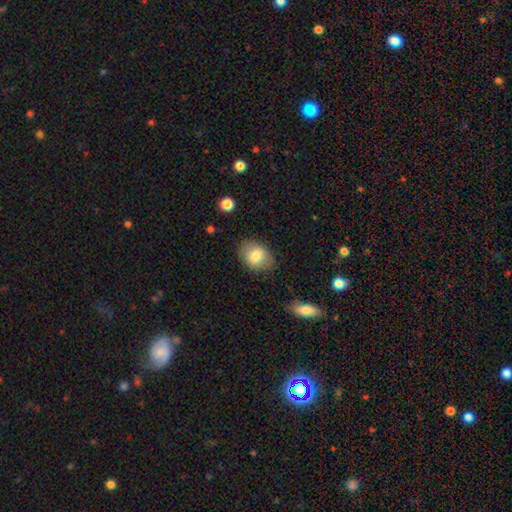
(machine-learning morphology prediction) The model was most divided on "how rounded": in between: 70%, round: 29%, cigar-shaped: 1%. More confident: merging — none (79%); smooth or featured — smooth (78%).